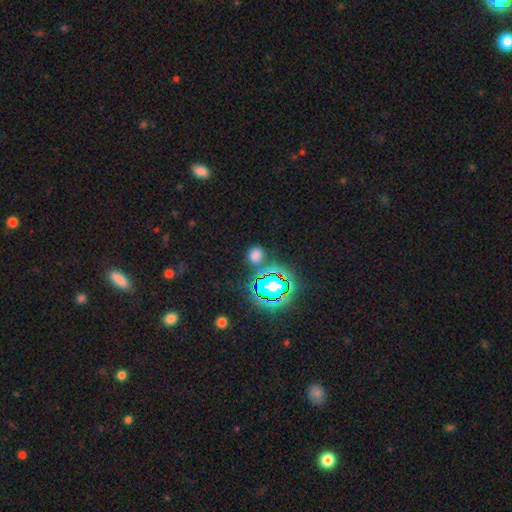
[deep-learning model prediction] The model was most divided on "smooth or featured": smooth: 63%, star or artifact: 30%, featured or disk: 7%. More confident: how rounded — round (80%); merging — none (79%).